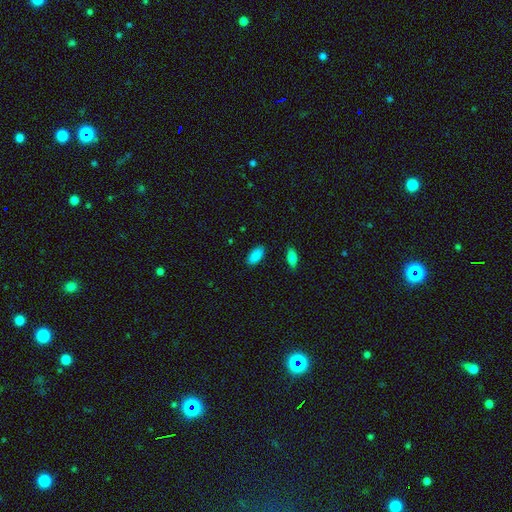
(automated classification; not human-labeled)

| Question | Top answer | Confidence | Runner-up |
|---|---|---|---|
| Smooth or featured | smooth | 89% | star or artifact (7%) |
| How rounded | in between | 91% | cigar-shaped (6%) |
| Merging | none | 87% | minor disturbance (9%) |